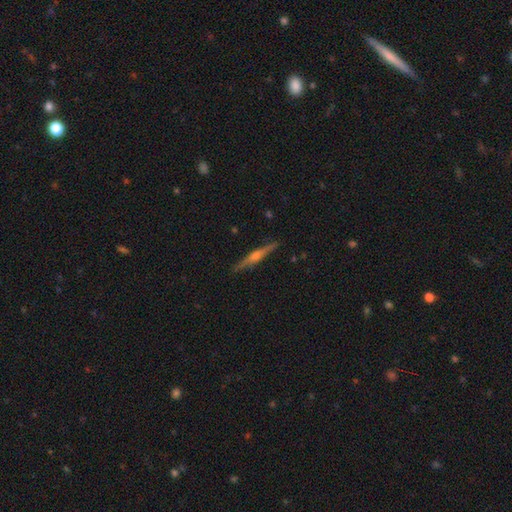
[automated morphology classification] Smooth or featured: featured or disk — 73% (smooth — 20%)
Edge-on disk: yes — 98% (no — 2%)
Edge-on bulge: rounded — 76% (boxy — 14%)
Merging: none — 90% (minor disturbance — 7%)